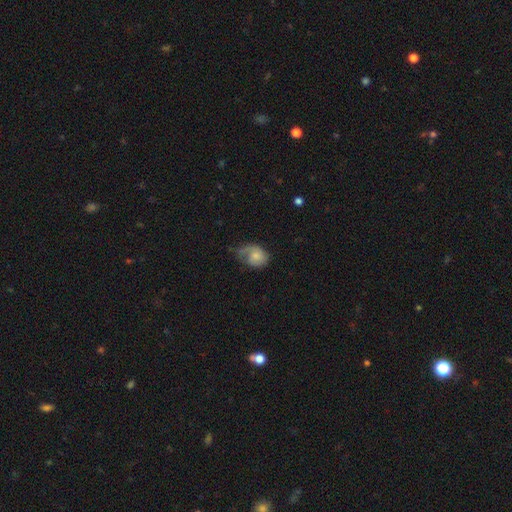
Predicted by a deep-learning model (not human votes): Smooth or featured?
  - smooth: 48% *
  - featured or disk: 45%
  - star or artifact: 7%
Merging?
  - none: 35% *
  - major disturbance: 32%
  - minor disturbance: 31%
  - merger: 2%